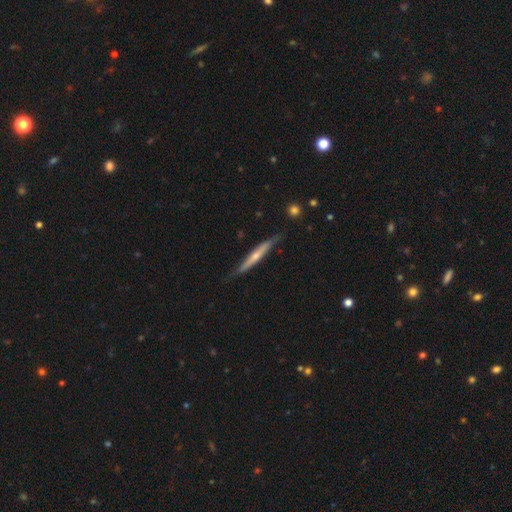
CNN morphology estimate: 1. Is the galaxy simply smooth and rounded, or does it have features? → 58% featured or disk, 36% smooth, 5% star or artifact.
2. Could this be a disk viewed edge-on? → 95% yes, 5% no.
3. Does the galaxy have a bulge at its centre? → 65% rounded, 30% none, 5% boxy.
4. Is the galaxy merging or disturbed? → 77% none, 18% minor disturbance, 3% major disturbance, 2% merger.